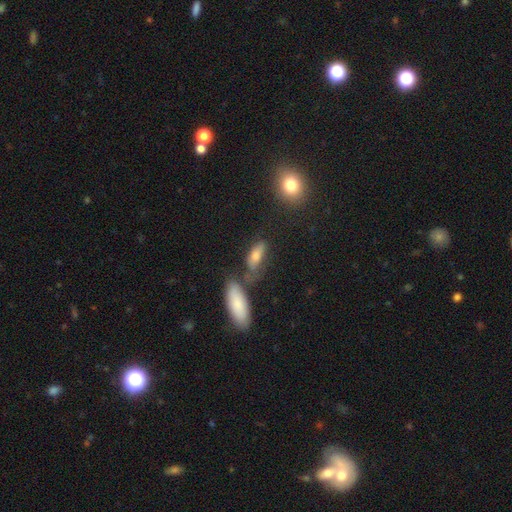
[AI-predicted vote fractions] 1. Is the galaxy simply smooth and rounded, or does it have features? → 71% smooth, 18% featured or disk, 11% star or artifact.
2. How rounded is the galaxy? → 69% in between, 25% cigar-shaped, 5% round.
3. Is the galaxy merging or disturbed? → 56% none, 19% minor disturbance, 16% merger, 8% major disturbance.